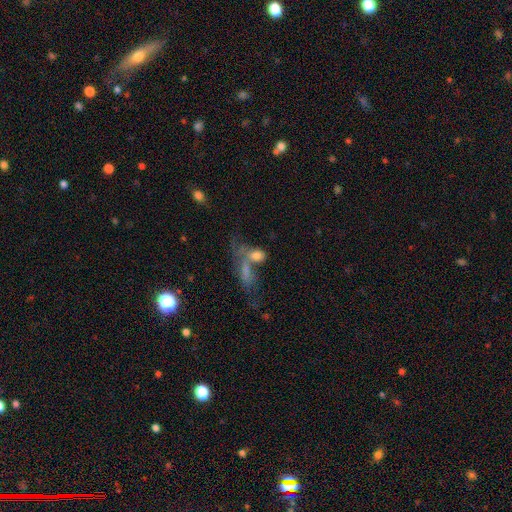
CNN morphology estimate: type=smooth (65%); roundness=in between (71%); merging=merger (56%).